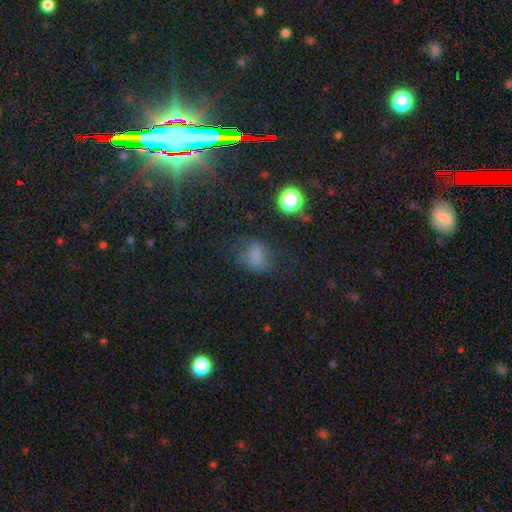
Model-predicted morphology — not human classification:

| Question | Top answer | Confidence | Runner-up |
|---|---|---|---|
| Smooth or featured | smooth | 69% | star or artifact (20%) |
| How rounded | in between | 54% | round (44%) |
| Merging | none | 52% | minor disturbance (24%) |